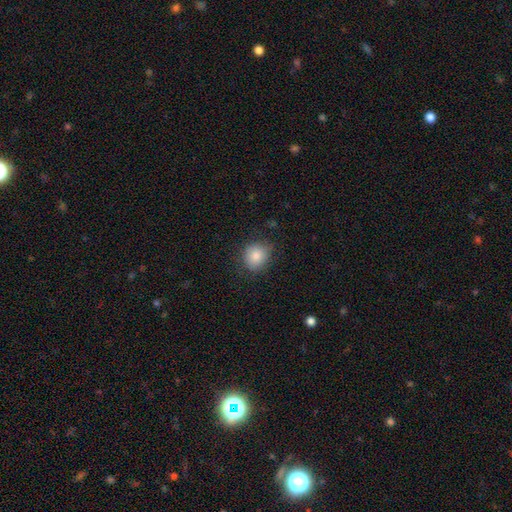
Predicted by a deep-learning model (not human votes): smooth-or-featured: smooth: 84% | star or artifact: 10% | featured or disk: 7%
  how-rounded: round: 84% | in between: 15% | cigar-shaped: 1%
  merging: none: 80% | minor disturbance: 15% | major disturbance: 4% | merger: 1%